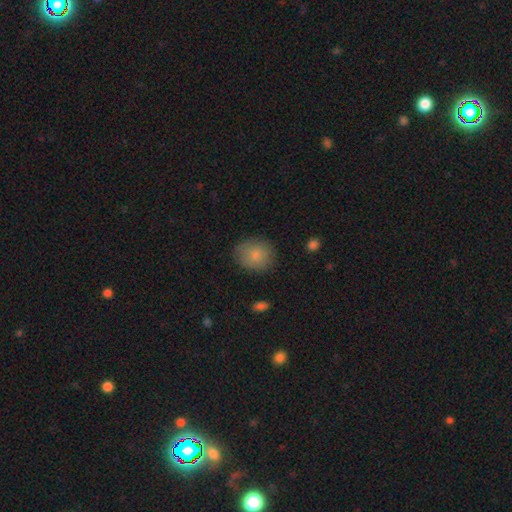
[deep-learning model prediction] Overall: smooth (82%). How rounded: round (71%). Merging: none (80%).